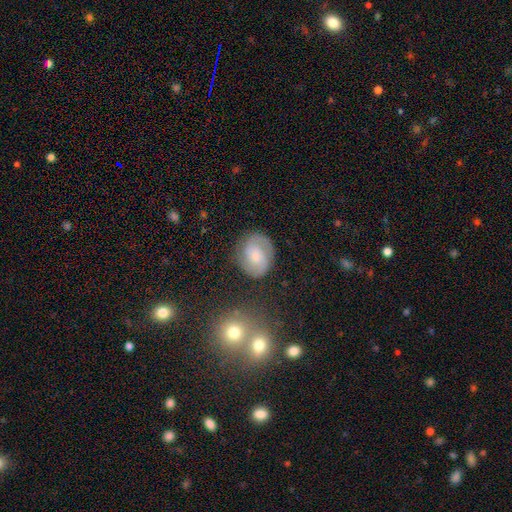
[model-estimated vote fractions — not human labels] smooth_or_featured: featured or disk (p=0.60) [alt: smooth p=0.32]
disk_edge_on: no (p=0.98) [alt: yes p=0.02]
bar: no (p=0.51) [alt: weak p=0.40]
has_spiral_arms: yes (p=0.91) [alt: no p=0.09]
spiral_winding: medium (p=0.44) [alt: tight p=0.41]
spiral_arm_count: 2 (p=0.84) [alt: can't tell p=0.09]
bulge_size: moderate (p=0.36) [alt: small p=0.33]
merging: none (p=0.78) [alt: minor disturbance p=0.14]